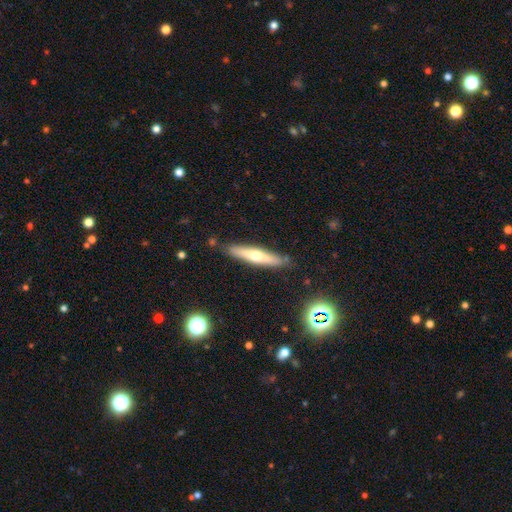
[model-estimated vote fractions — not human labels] Q: Smooth or featured?
A: featured or disk (48%); runner-up: smooth (45%)
Q: Merging?
A: none (85%); runner-up: minor disturbance (11%)